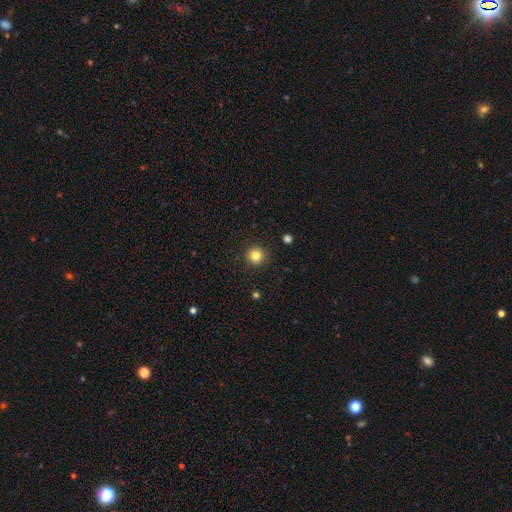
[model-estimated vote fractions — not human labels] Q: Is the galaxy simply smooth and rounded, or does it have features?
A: smooth — 83%.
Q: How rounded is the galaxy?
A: round — 95%.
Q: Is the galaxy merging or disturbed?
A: none — 92%.